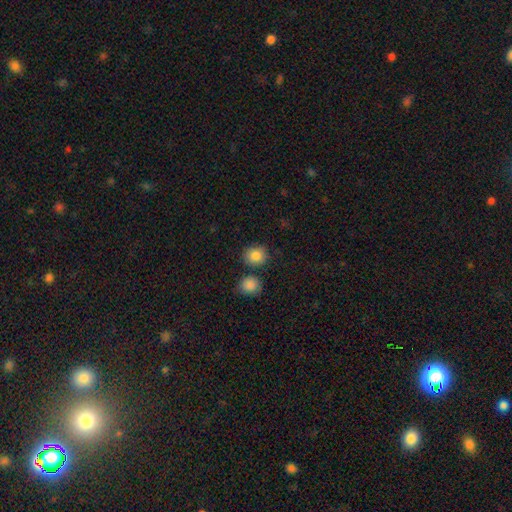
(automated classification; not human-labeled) Smooth or featured? smooth (86%)
How rounded? round (76%)
Merging? none (76%)